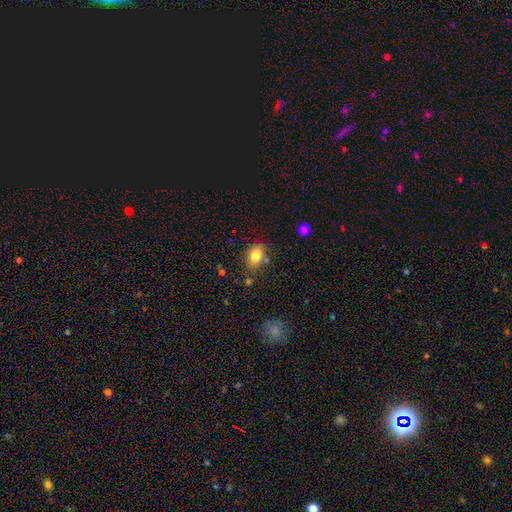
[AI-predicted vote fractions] Smooth or featured?
  - smooth: 82% *
  - featured or disk: 9%
  - star or artifact: 9%
How rounded?
  - in between: 77% *
  - round: 21%
  - cigar-shaped: 1%
Merging?
  - none: 75% *
  - minor disturbance: 15%
  - merger: 6%
  - major disturbance: 4%